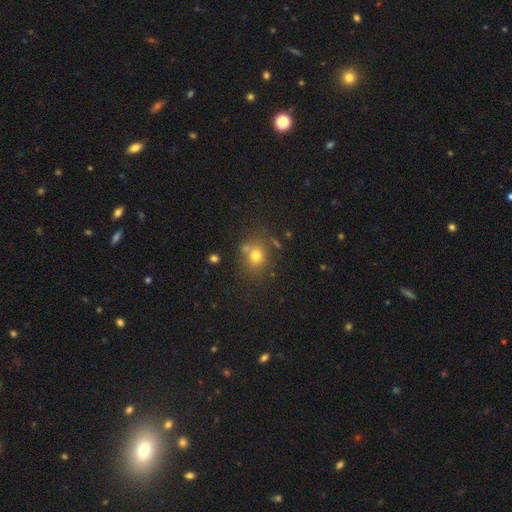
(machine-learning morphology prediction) This appears to be a smooth galaxy with no disk features (72%) that is round (66%). Merging: none (67%).